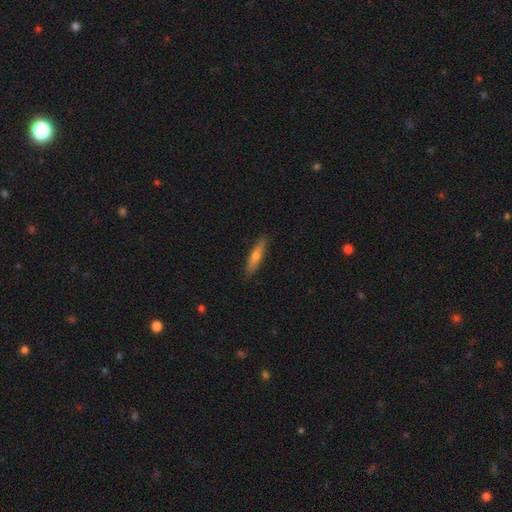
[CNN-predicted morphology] A smooth galaxy with no disk features (55%) that is cigar-shaped (84%).

Vote fractions:
- Smooth or featured? smooth: 55% / featured or disk: 39% / star or artifact: 7%
- How rounded? cigar-shaped: 84% / in between: 14% / round: 2%
- Merging? none: 89% / minor disturbance: 8% / major disturbance: 2% / merger: 1%